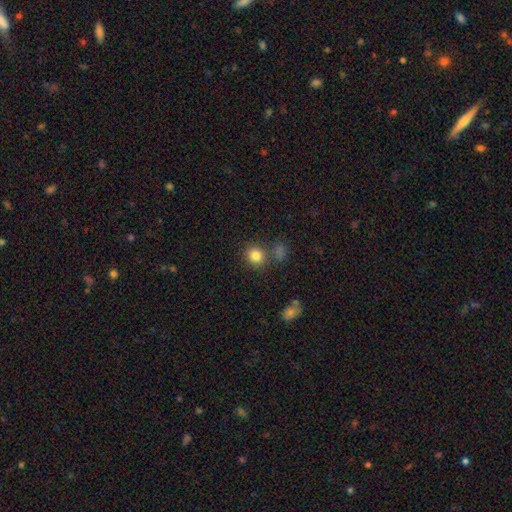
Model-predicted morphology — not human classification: A smooth galaxy with no disk features (83%) that is round (81%). Merging: none (74%).